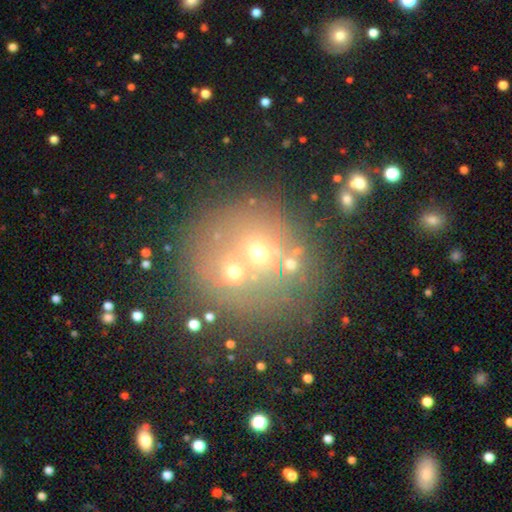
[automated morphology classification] Overall: smooth (45%; star or artifact 32%). Merging: none (51%; merger 36%).